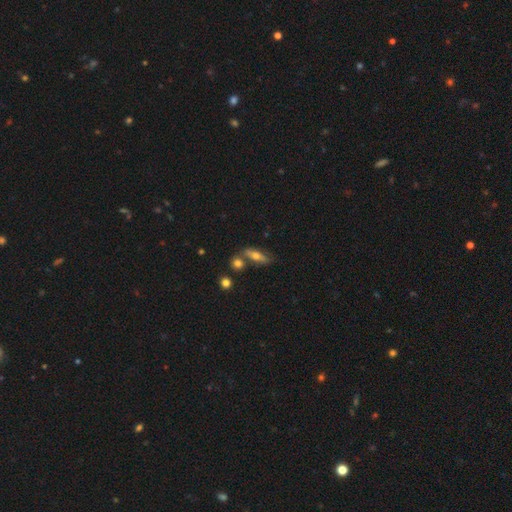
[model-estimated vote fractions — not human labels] Smooth or featured?
  - smooth: 51% *
  - featured or disk: 40%
  - star or artifact: 8%
How rounded?
  - cigar-shaped: 48% *
  - in between: 45%
  - round: 7%
Merging?
  - none: 65% *
  - merger: 16%
  - minor disturbance: 14%
  - major disturbance: 5%